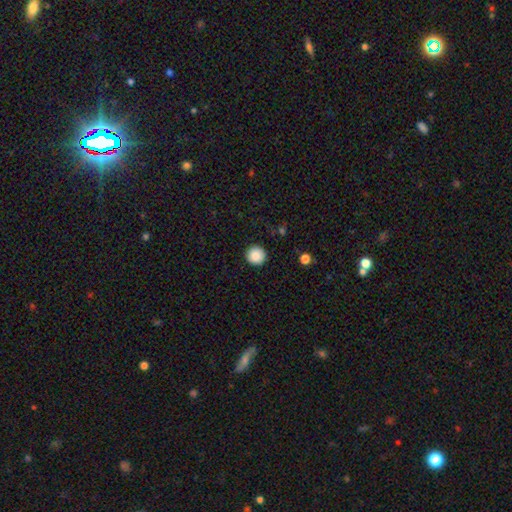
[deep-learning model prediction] Smooth or featured?
  - smooth: 88% *
  - star or artifact: 9%
  - featured or disk: 3%
How rounded?
  - round: 96% *
  - in between: 3%
  - cigar-shaped: 1%
Merging?
  - none: 92% *
  - minor disturbance: 5%
  - major disturbance: 2%
  - merger: 1%